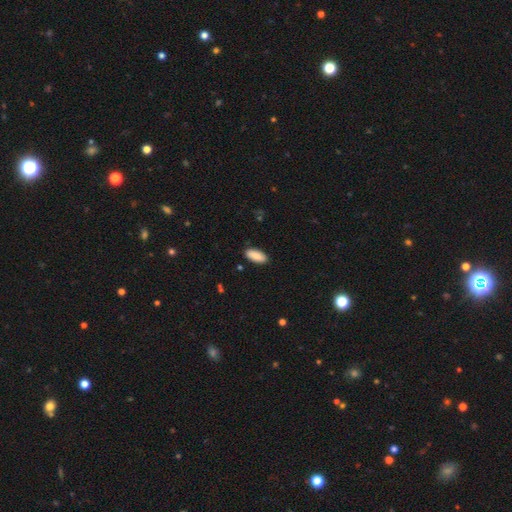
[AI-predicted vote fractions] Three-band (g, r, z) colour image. It shows a smooth galaxy with no disk features (89%) that is in between round and cigar-shaped (85%). Merging: none (89%).